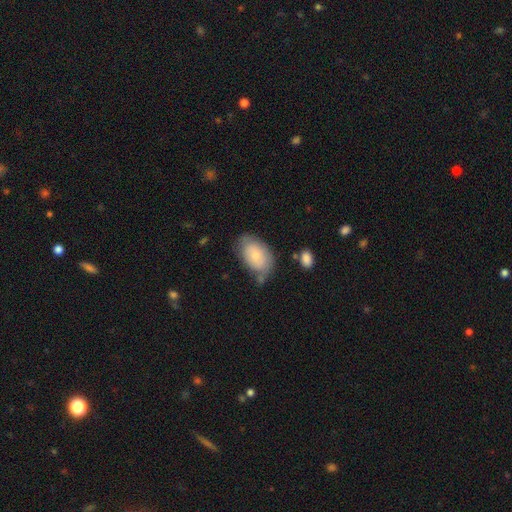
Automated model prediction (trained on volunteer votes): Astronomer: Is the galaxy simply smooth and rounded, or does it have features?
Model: smooth — 65%.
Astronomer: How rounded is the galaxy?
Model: in between — 89%.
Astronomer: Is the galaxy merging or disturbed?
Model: none — 53% (runner-up: minor disturbance, 30%).